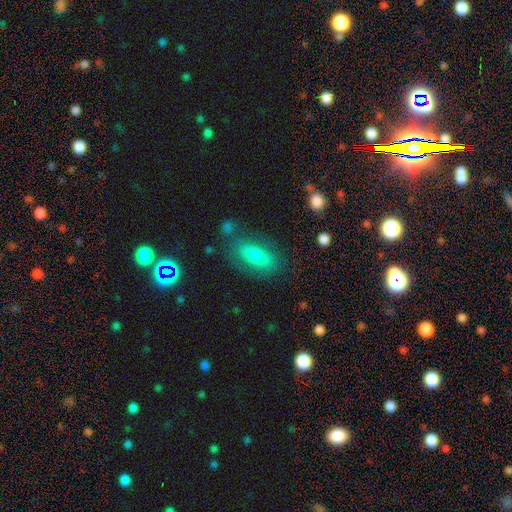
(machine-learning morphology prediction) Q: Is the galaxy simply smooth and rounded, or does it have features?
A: smooth — 63%.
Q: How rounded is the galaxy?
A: in between — 83%.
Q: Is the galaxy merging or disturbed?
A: none — 72%.